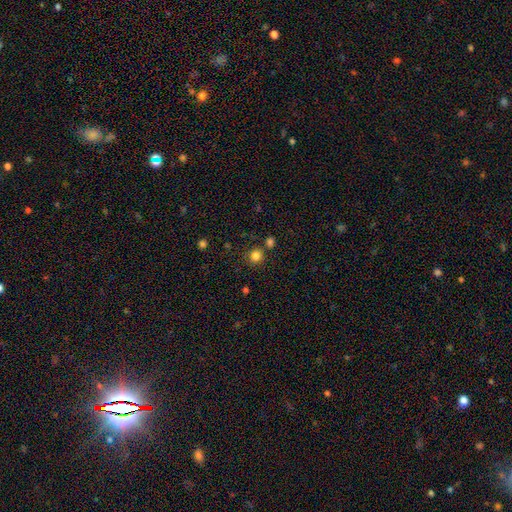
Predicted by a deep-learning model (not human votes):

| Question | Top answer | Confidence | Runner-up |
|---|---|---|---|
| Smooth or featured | smooth | 82% | star or artifact (13%) |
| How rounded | round | 92% | in between (7%) |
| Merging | none | 81% | merger (8%) |